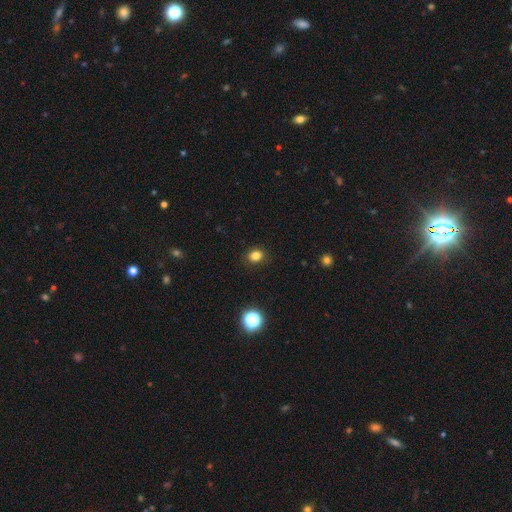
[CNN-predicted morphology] Smooth or featured?
  - smooth: 82% *
  - star or artifact: 13%
  - featured or disk: 5%
How rounded?
  - round: 58% *
  - in between: 41%
  - cigar-shaped: 1%
Merging?
  - none: 87% *
  - minor disturbance: 9%
  - major disturbance: 2%
  - merger: 1%